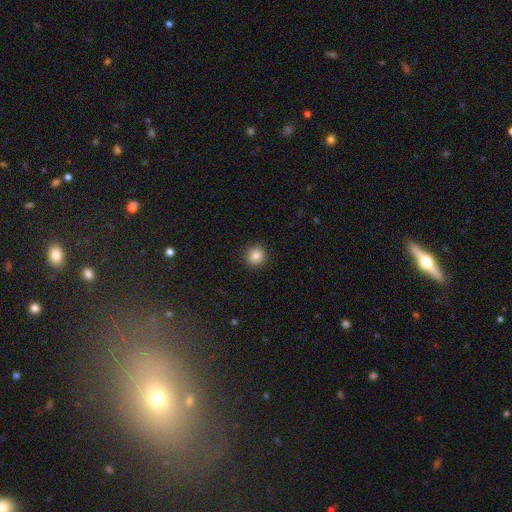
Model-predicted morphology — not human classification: Smooth or featured?
  - smooth: 85% *
  - star or artifact: 10%
  - featured or disk: 5%
How rounded?
  - round: 90% *
  - in between: 9%
  - cigar-shaped: 1%
Merging?
  - none: 92% *
  - minor disturbance: 5%
  - major disturbance: 2%
  - merger: 1%